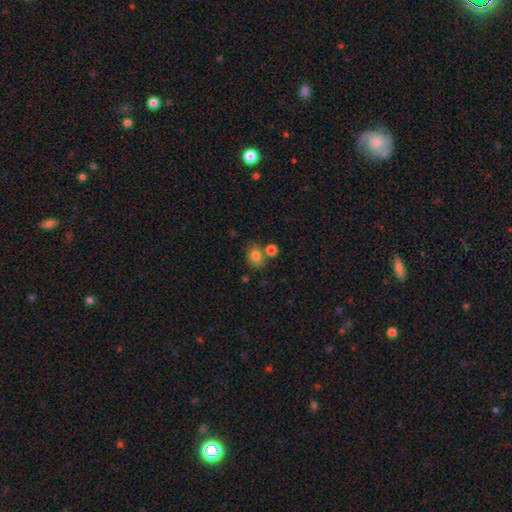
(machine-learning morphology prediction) This is likely a smooth galaxy (80%). How rounded: possibly round (57%). Merging: likely none (63%).